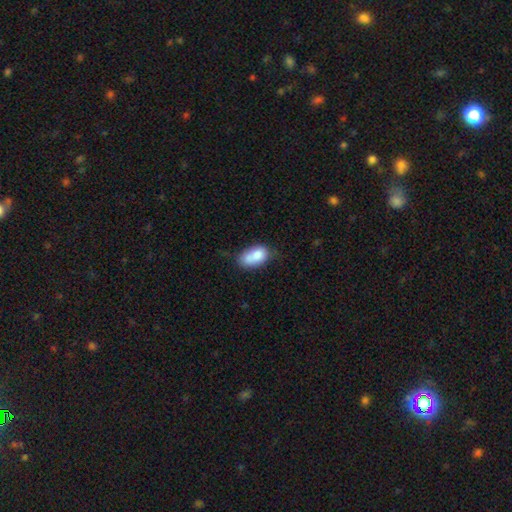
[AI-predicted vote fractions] smooth-or-featured: smooth: 78% | featured or disk: 14% | star or artifact: 8%
  how-rounded: in between: 89% | round: 8% | cigar-shaped: 3%
  merging: none: 42% | minor disturbance: 27% | merger: 23% | major disturbance: 8%